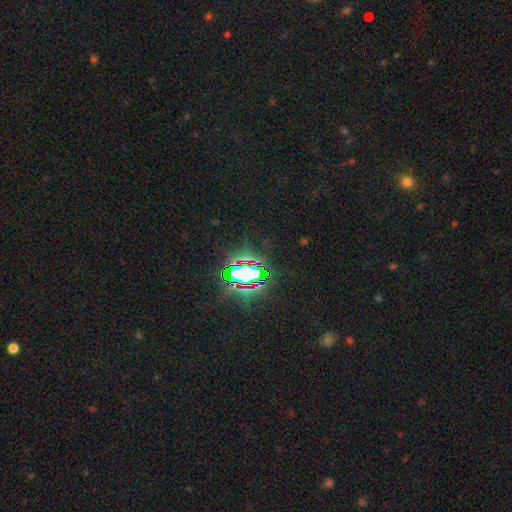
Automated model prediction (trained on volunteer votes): The model was most divided on "smooth or featured": star or artifact: 83%, smooth: 10%, featured or disk: 7%.